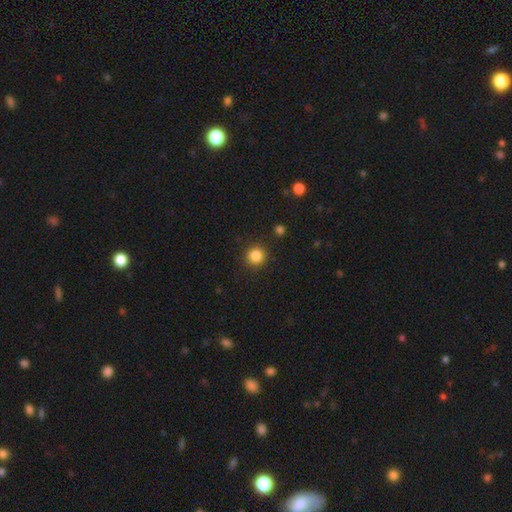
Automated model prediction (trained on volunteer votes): A smooth galaxy with no disk features (85%) that is round (93%). Merging: none (90%).